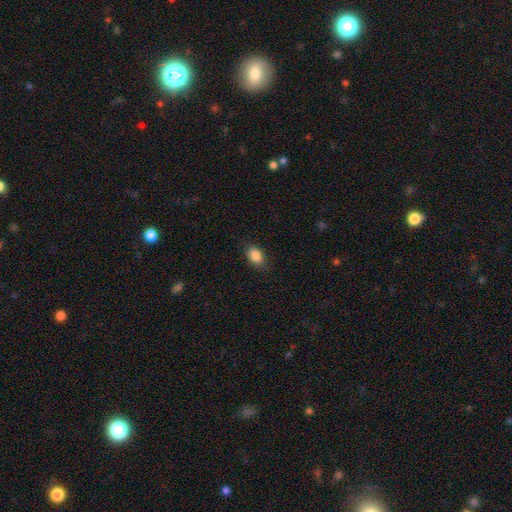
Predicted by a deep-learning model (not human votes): smooth_or_featured: smooth (p=0.87) [alt: star or artifact p=0.08]
how_rounded: in between (p=0.85) [alt: round p=0.13]
merging: none (p=0.84) [alt: minor disturbance p=0.12]